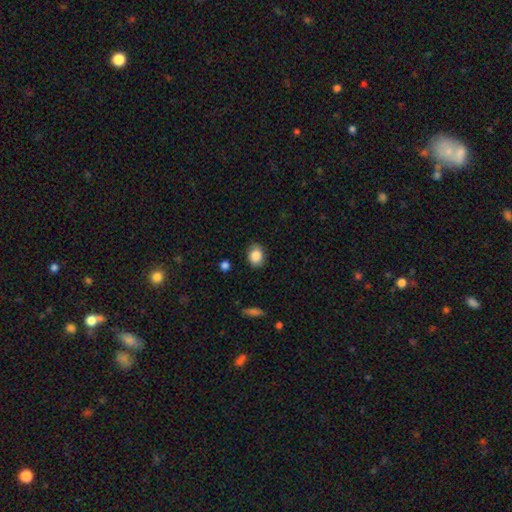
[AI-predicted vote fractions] Q: Smooth or featured?
A: smooth (87%); runner-up: star or artifact (8%)
Q: How rounded?
A: in between (54%); runner-up: round (45%)
Q: Merging?
A: none (84%); runner-up: minor disturbance (12%)